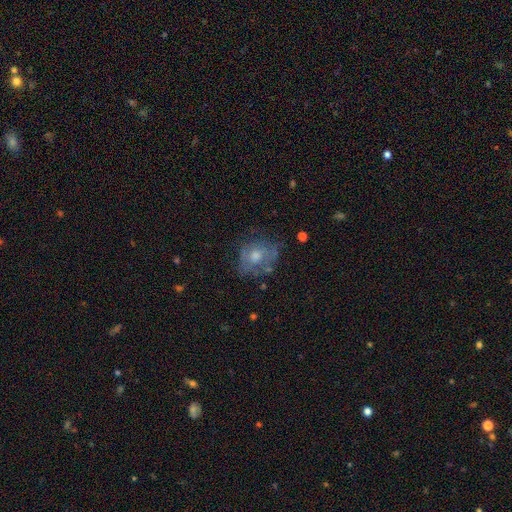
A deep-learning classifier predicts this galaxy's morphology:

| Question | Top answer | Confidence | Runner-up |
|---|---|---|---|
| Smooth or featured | smooth | 44% | tied: featured or disk (44%) |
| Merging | none | 60% | minor disturbance (24%) |